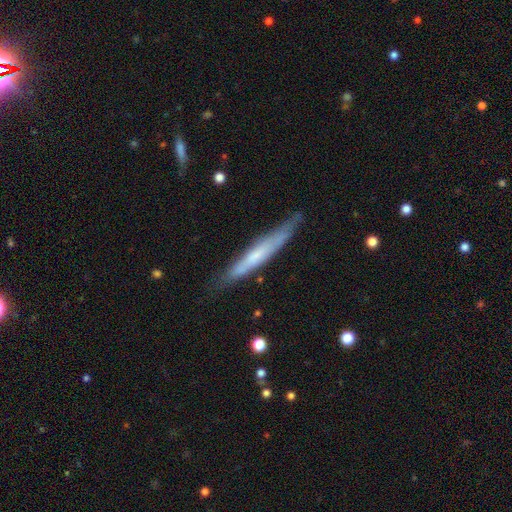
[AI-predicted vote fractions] Morphology: type=smooth (49%); merging=none (77%).